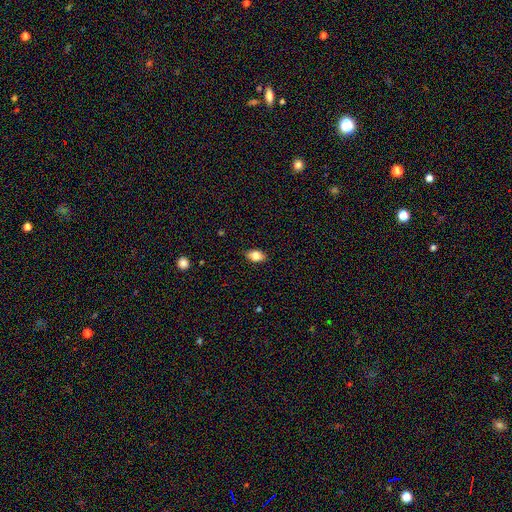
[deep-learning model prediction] Morphology: type=smooth (82%); roundness=in between (85%); merging=none (86%).